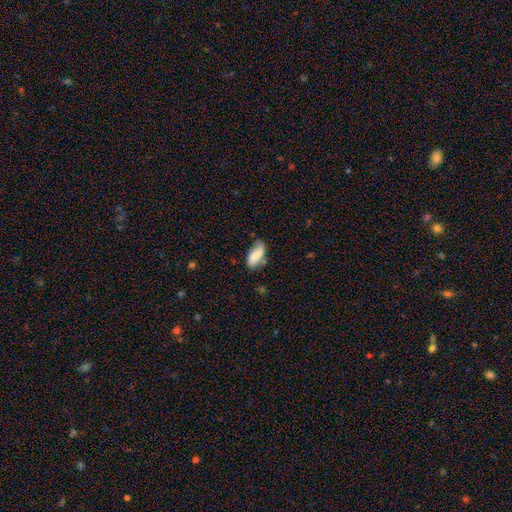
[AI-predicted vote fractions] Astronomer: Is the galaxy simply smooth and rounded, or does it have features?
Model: smooth — 74%.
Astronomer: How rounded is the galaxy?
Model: in between — 88%.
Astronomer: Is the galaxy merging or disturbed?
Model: none — 56%.